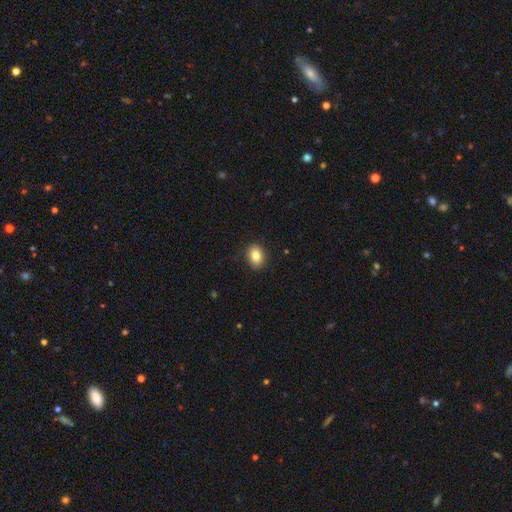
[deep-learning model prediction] smooth-or-featured: smooth: 83% | star or artifact: 9% | featured or disk: 8%
  how-rounded: in between: 68% | round: 31% | cigar-shaped: 1%
  merging: none: 89% | minor disturbance: 8% | major disturbance: 2% | merger: 1%